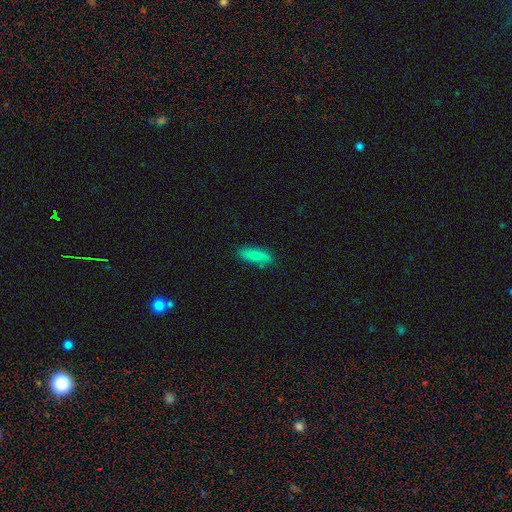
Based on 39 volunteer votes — Smooth or featured? smooth (67%)
How rounded? in between (77%)
Merging? none (85%)